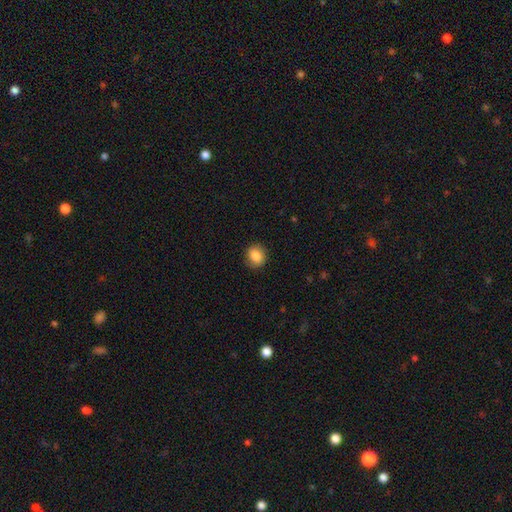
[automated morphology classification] type=smooth (86%); roundness=round (69%); merging=none (87%).